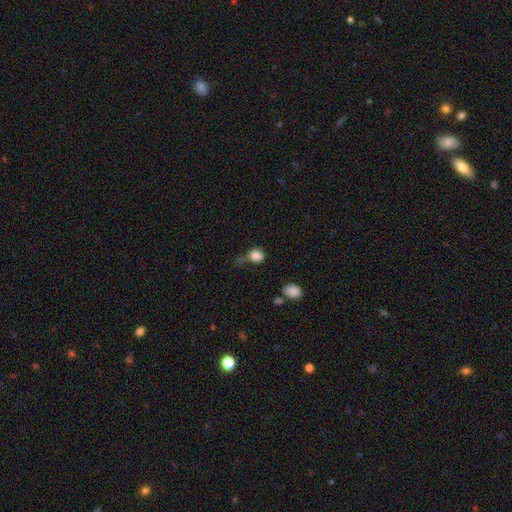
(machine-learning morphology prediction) smooth 82%, star or artifact 10%, featured or disk 8%. Down the decision tree: how rounded — round (66%); merging — none (38%).